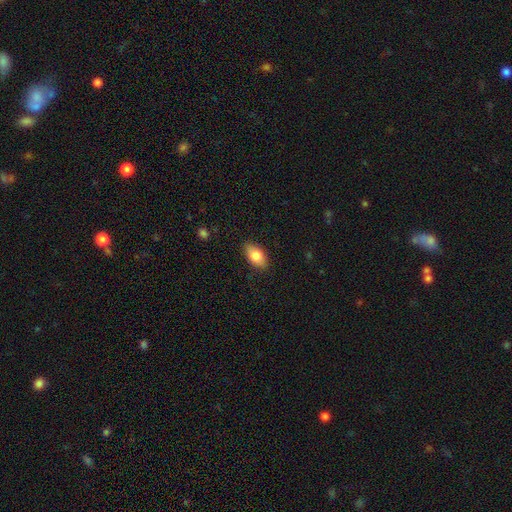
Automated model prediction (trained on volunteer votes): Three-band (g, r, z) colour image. It shows a smooth galaxy with no disk features (79%) that is in between round and cigar-shaped (91%). Merging: none (87%).